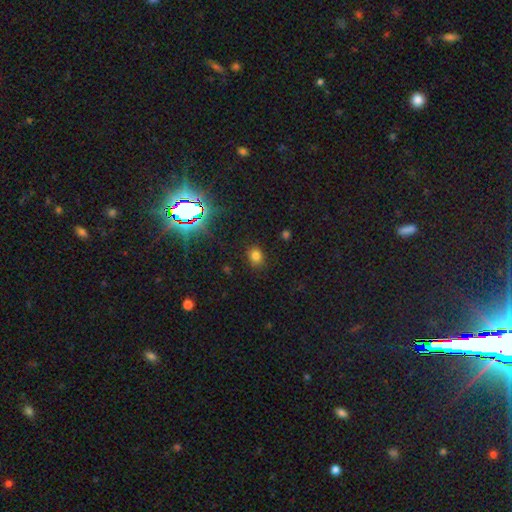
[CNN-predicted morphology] Smooth or featured? Predicted: smooth (p=0.74). How rounded? Predicted: round (p=0.53). Merging? Predicted: none (p=0.84).